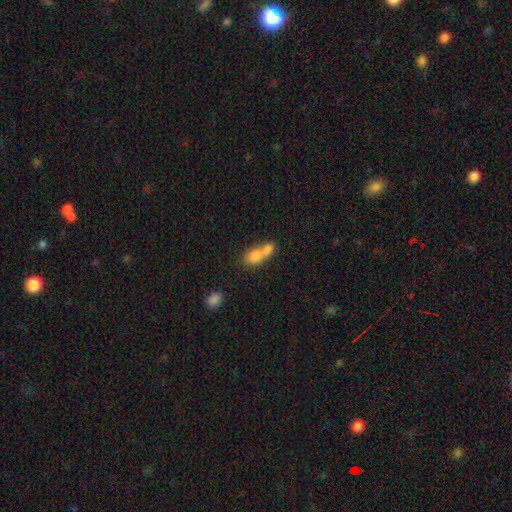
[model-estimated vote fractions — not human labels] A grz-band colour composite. It shows a smooth galaxy with no disk features (74%) that is in between round and cigar-shaped (59%). Merging: merger (74%).